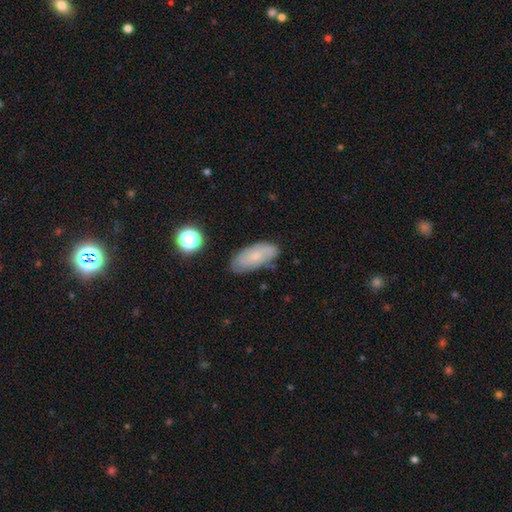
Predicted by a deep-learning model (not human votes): smooth-or-featured: smooth: 65% | featured or disk: 26% | star or artifact: 9%
  how-rounded: in between: 86% | cigar-shaped: 10% | round: 3%
  merging: none: 72% | minor disturbance: 21% | major disturbance: 4% | merger: 3%